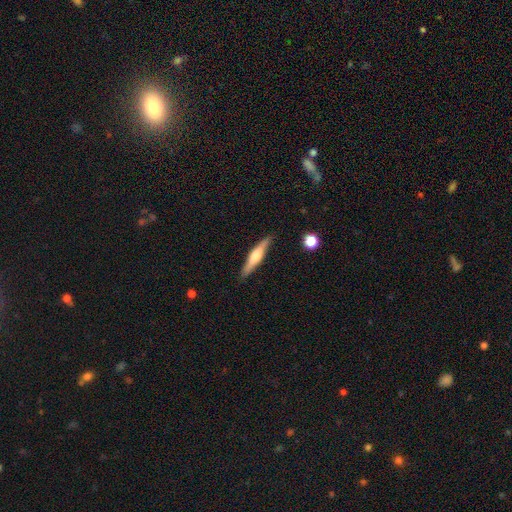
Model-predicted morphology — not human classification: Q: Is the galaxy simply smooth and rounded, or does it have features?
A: featured or disk — 57%.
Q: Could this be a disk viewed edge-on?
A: yes — 96%.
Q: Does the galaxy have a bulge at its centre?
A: rounded — 82%.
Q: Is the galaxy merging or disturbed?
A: none — 88%.